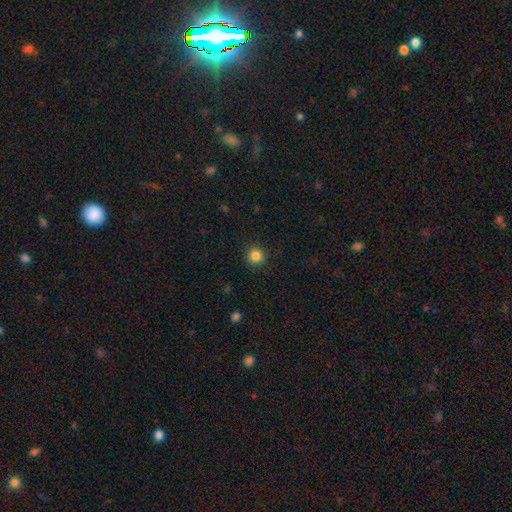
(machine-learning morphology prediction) This is clearly a smooth galaxy (85%). How rounded: clearly round (94%). Merging: clearly none (92%).